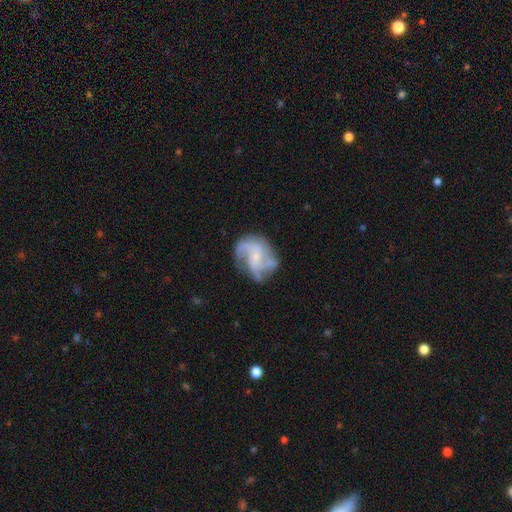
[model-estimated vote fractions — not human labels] This is clearly a featured or disk galaxy (80%). It is clearly not viewed edge-on (98%). Bar: possibly no (57%). Spiral arm pattern: clearly yes (93%). Spiral arm count: marginally 3 (41%). Spiral winding: possibly medium (47%). Central bulge: likely small (64%). Merging: possibly none (59%).